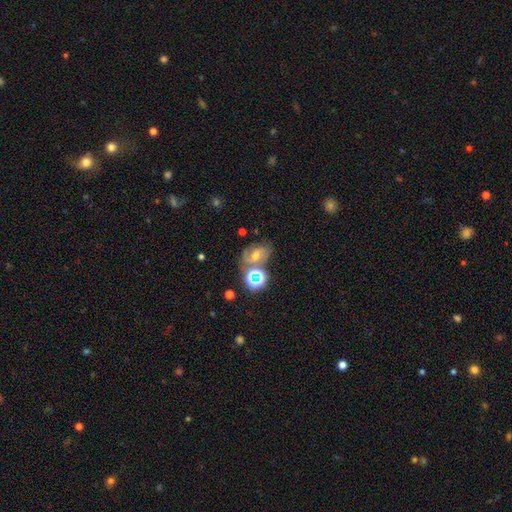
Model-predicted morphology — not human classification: smooth_or_featured: featured or disk (p=0.50) [alt: smooth p=0.26]
merging: none (p=0.54) [alt: minor disturbance p=0.18]